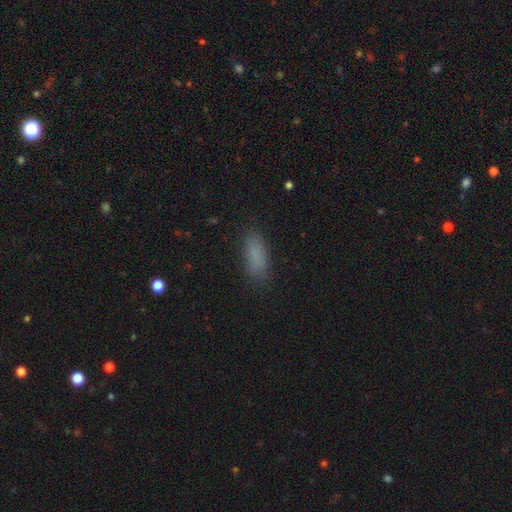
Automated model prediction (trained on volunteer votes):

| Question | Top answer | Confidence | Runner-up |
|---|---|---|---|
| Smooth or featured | smooth | 84% | star or artifact (11%) |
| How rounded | in between | 70% | cigar-shaped (27%) |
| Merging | none | 83% | minor disturbance (12%) |